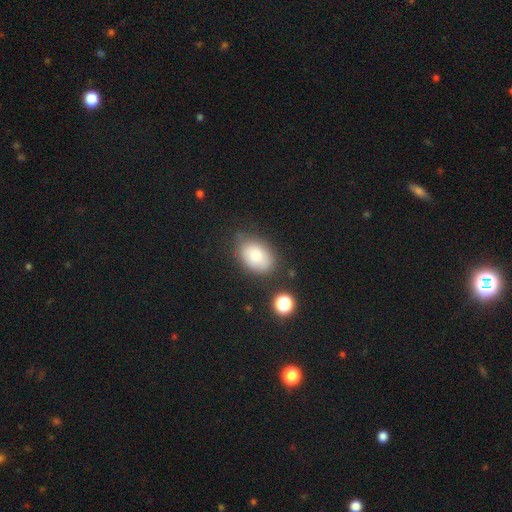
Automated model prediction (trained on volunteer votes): This is clearly a smooth galaxy (83%). How rounded: clearly in between (85%). Merging: likely none (69%).